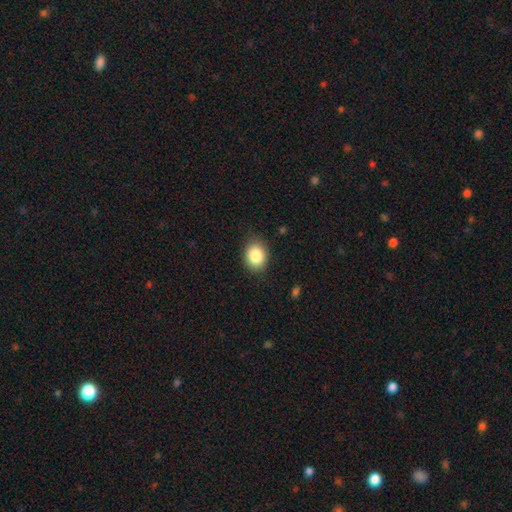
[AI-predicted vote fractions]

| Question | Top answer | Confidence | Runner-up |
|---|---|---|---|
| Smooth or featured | smooth | 86% | star or artifact (8%) |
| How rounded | in between | 57% | round (42%) |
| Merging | none | 83% | minor disturbance (13%) |